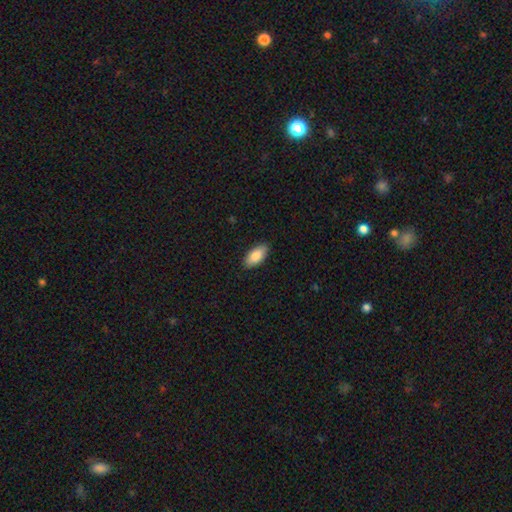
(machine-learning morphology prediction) Overall: smooth (86%). How rounded: in between (92%). Merging: none (88%).